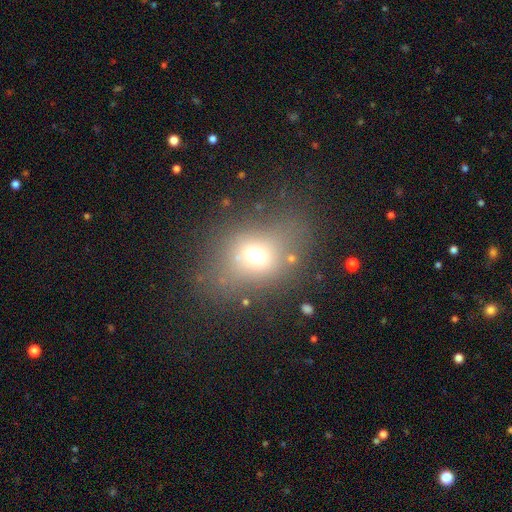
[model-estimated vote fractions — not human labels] A smooth galaxy with no disk features (63%) that is in between round and cigar-shaped (50%).

Vote fractions:
- Smooth or featured? smooth: 63% / star or artifact: 20% / featured or disk: 17%
- How rounded? in between: 50% / round: 48% / cigar-shaped: 2%
- Merging? none: 68% / minor disturbance: 16% / major disturbance: 11% / merger: 5%